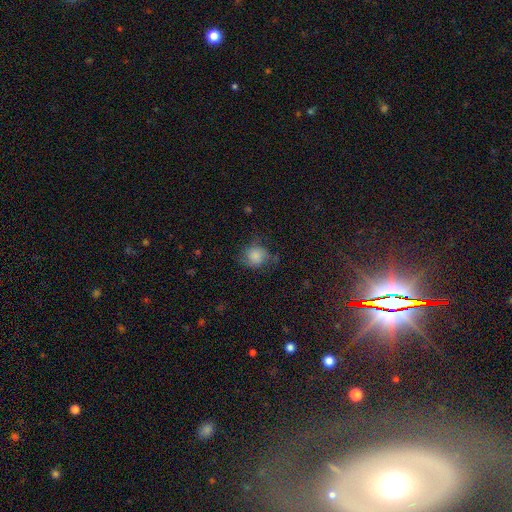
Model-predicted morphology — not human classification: This is likely a smooth galaxy (75%). How rounded: likely round (80%). Merging: likely none (60%).